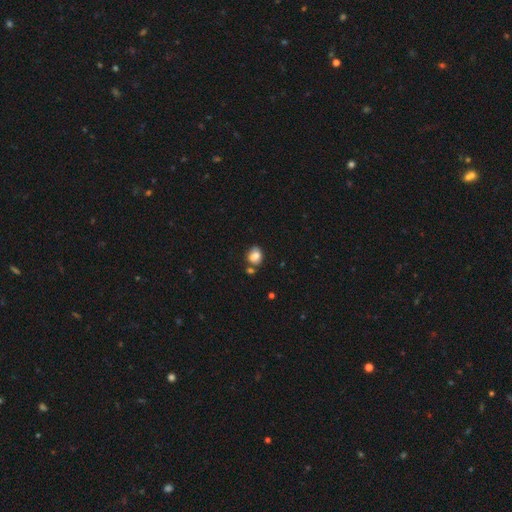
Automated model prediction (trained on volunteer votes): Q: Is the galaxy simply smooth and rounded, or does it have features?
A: smooth — 77%.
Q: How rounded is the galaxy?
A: in between — 55%.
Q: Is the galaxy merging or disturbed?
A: none — 61%.